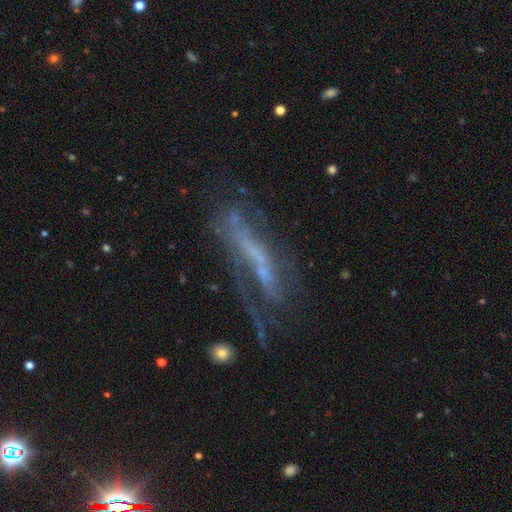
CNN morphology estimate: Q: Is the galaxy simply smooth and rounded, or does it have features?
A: featured or disk — 65%.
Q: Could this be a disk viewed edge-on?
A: no — 55%.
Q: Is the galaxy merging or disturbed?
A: none — 41%.